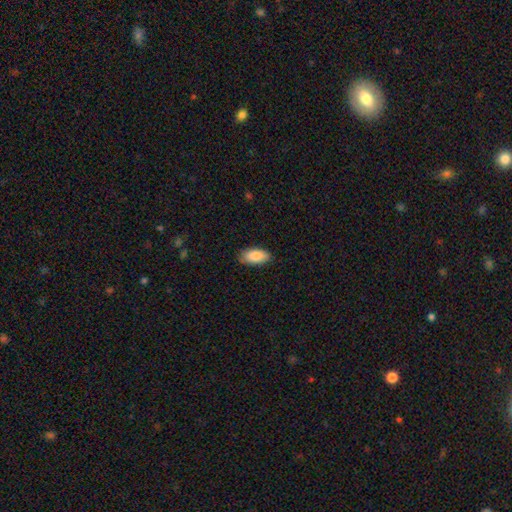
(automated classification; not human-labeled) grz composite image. It shows a smooth galaxy with no disk features (87%) that is in between round and cigar-shaped (92%). Merging: none (86%).